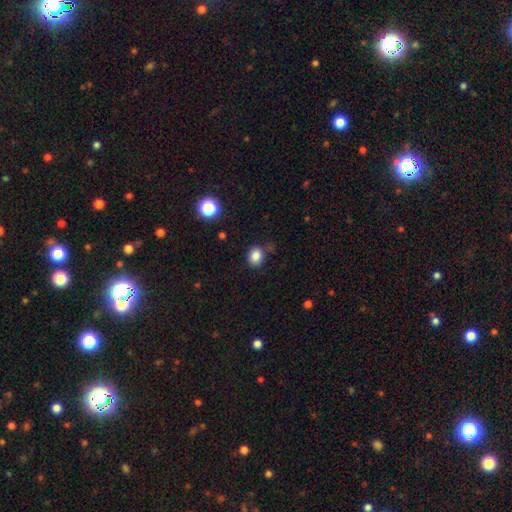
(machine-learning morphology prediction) Smooth or featured?
  - smooth: 85% *
  - star or artifact: 11%
  - featured or disk: 4%
How rounded?
  - round: 64% *
  - in between: 35%
  - cigar-shaped: 1%
Merging?
  - none: 80% *
  - minor disturbance: 13%
  - merger: 4%
  - major disturbance: 3%